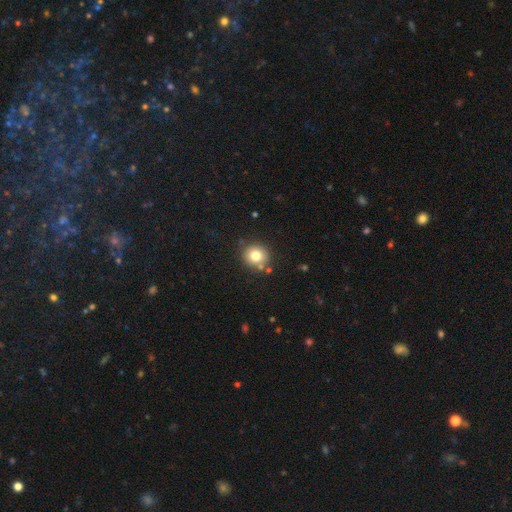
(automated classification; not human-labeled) A smooth galaxy with no disk features (78%) that is round (87%).

Vote fractions:
- Smooth or featured? smooth: 78% / star or artifact: 12% / featured or disk: 10%
- How rounded? round: 87% / in between: 13% / cigar-shaped: 1%
- Merging? none: 81% / minor disturbance: 10% / merger: 6% / major disturbance: 3%